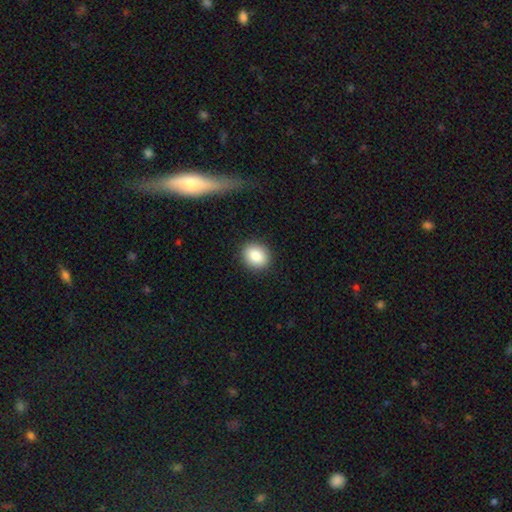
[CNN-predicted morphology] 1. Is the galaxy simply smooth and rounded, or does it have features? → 86% smooth, 8% star or artifact, 6% featured or disk.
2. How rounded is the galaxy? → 64% round, 35% in between, 1% cigar-shaped.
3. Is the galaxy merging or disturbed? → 89% none, 7% minor disturbance, 2% major disturbance, 1% merger.